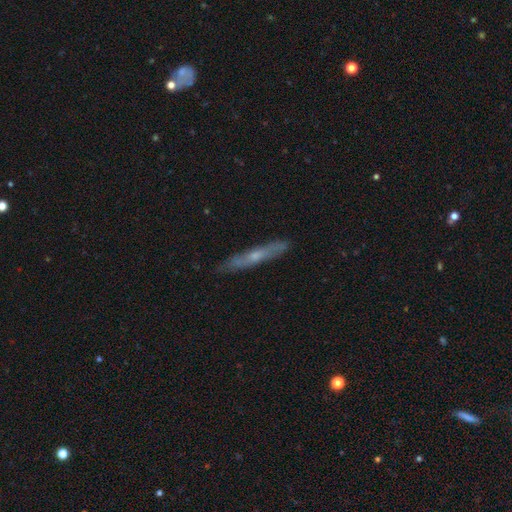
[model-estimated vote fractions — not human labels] featured or disk 57%, smooth 36%, star or artifact 7%. Down the decision tree: edge-on disk — yes (86%); merging — none (86%).